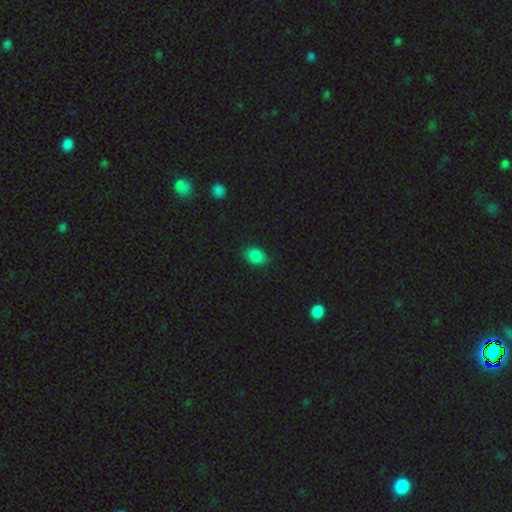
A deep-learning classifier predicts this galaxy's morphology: This is clearly a smooth galaxy (84%). How rounded: likely in between (77%). Merging: clearly none (82%).